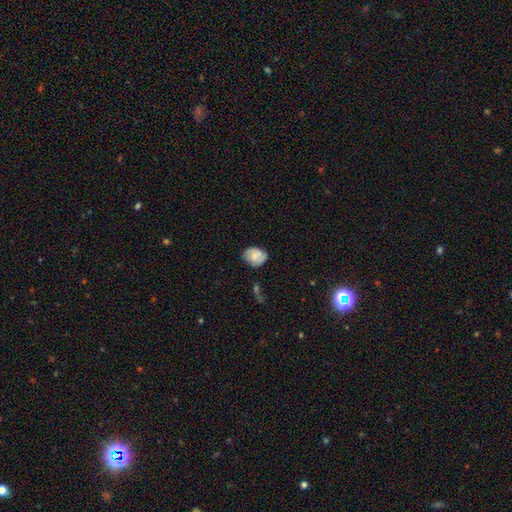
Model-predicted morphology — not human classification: Smooth or featured? Predicted: smooth (p=0.65). How rounded? Predicted: in between (p=0.58). Merging? Predicted: none (p=0.66).